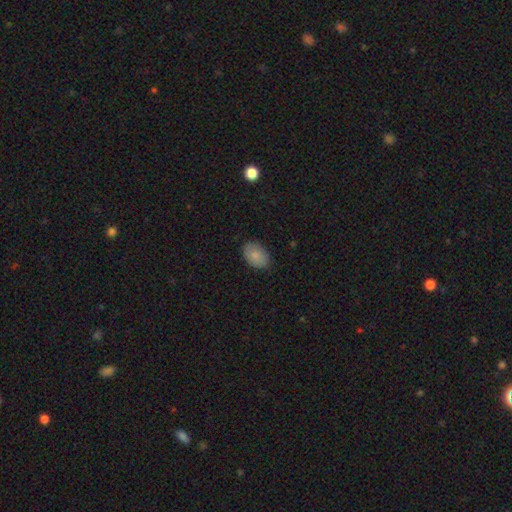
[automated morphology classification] Overall: smooth (85%). How rounded: in between (84%). Merging: none (81%).